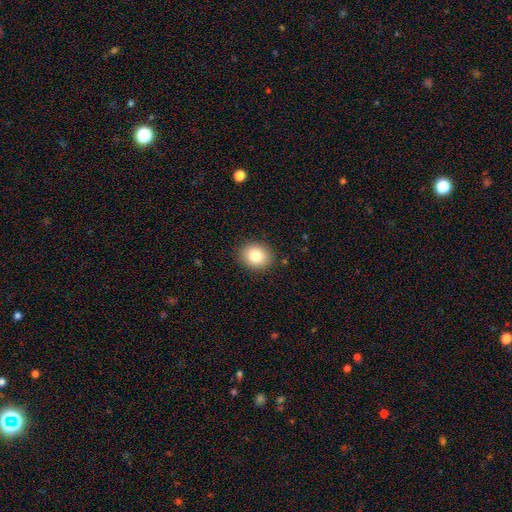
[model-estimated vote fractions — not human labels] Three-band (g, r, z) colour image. It shows a smooth galaxy with no disk features (83%) that is round (57%). Merging: none (88%).